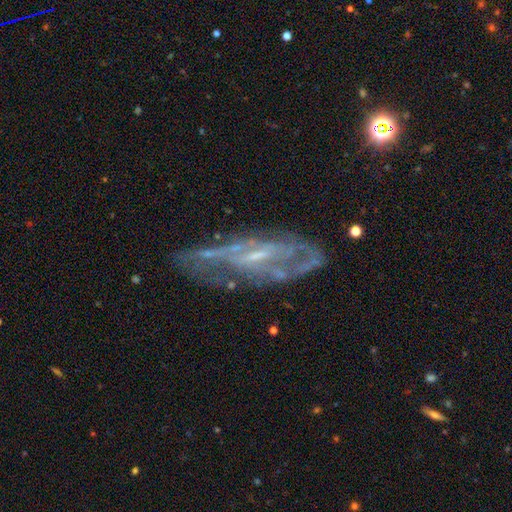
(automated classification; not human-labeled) This appears to be a featured or disk galaxy (78%) with a weak bar (39%), spiral arms (65%) and a small central bulge (65%). Merging: none (58%).